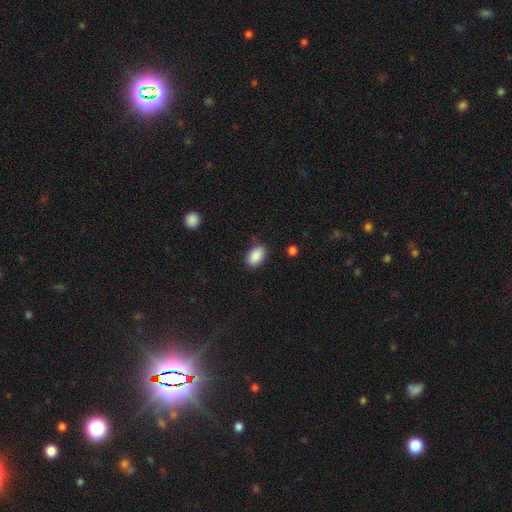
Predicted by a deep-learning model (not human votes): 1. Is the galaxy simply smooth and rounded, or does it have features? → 89% smooth, 7% star or artifact, 3% featured or disk.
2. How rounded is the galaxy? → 90% in between, 9% round, 1% cigar-shaped.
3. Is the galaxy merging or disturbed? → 84% none, 12% minor disturbance, 3% major disturbance, 1% merger.